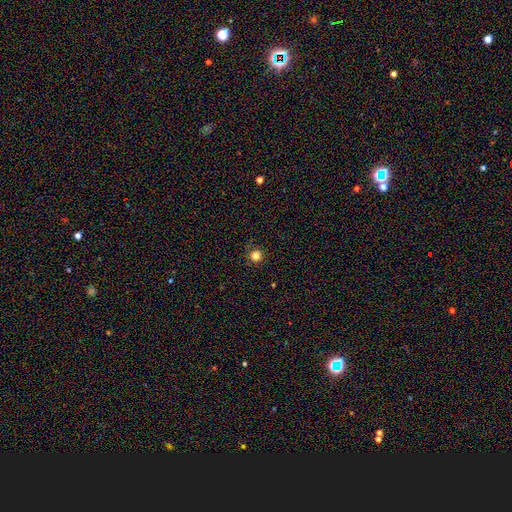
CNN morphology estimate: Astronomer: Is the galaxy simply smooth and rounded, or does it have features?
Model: smooth — 81%.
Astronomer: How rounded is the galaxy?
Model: round — 96%.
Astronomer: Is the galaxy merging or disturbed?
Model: none — 92%.